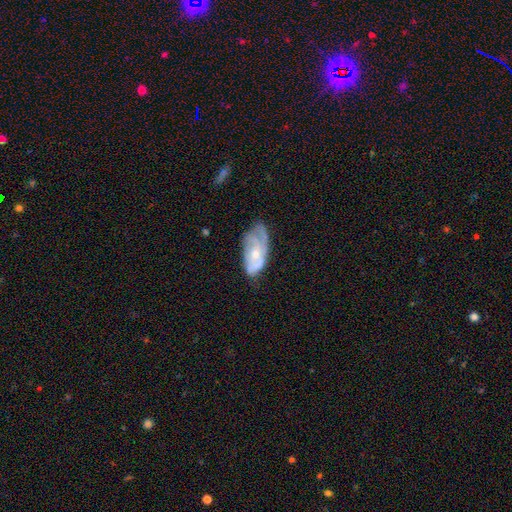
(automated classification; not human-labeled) Smooth or featured?
  - featured or disk: 62% *
  - smooth: 32%
  - star or artifact: 6%
Edge-on disk?
  - no: 93% *
  - yes: 7%
Bar?
  - no: 77% *
  - weak: 20%
  - strong: 3%
Spiral arms?
  - yes: 72% *
  - no: 28%
Bulge size?
  - small: 48% *
  - moderate: 45%
  - none: 4%
  - large: 2%
  - dominant: 1%
Merging?
  - none: 46% *
  - minor disturbance: 33%
  - major disturbance: 18%
  - merger: 3%